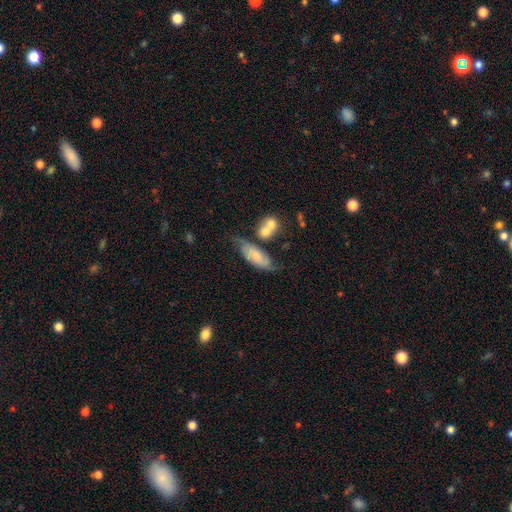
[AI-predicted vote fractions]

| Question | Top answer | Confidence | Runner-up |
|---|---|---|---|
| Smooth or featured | smooth | 59% | featured or disk (34%) |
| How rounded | in between | 74% | cigar-shaped (22%) |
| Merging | none | 46% | minor disturbance (26%) |